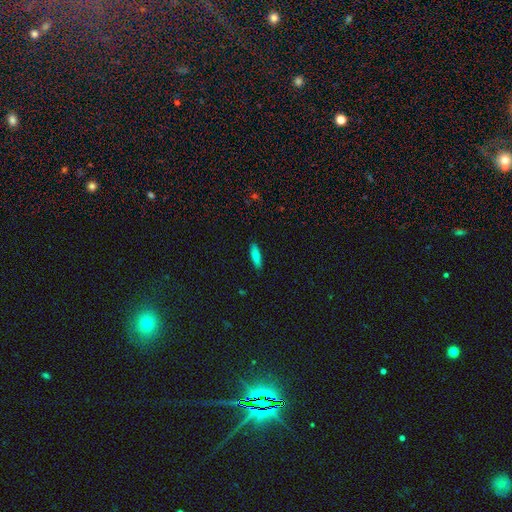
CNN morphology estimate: A smooth galaxy with no disk features (84%) that is cigar-shaped (67%). Merging: none (89%).